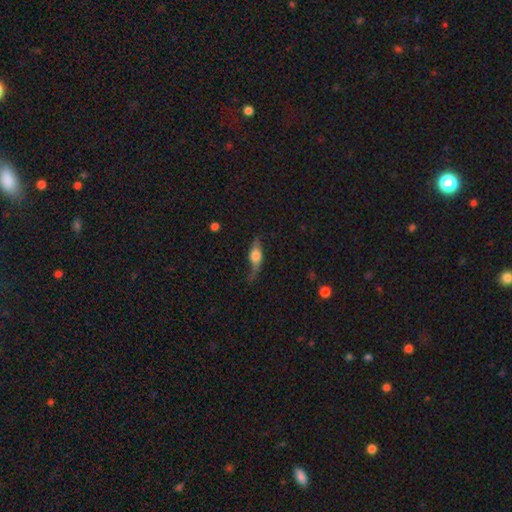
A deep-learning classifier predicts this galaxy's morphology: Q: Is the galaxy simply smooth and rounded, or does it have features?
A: featured or disk — 52%.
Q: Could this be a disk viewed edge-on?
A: yes — 59%.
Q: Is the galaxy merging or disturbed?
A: none — 55%.